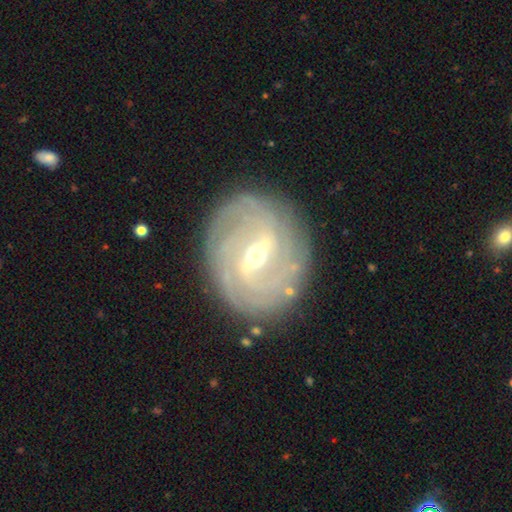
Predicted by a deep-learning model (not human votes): Smooth or featured? Predicted: featured or disk (p=0.86). Edge-on disk? Predicted: no (p=0.96). Bar? Predicted: strong (p=0.46). Spiral arms? Predicted: yes (p=0.95). Spiral winding? Predicted: tight (p=0.73). Spiral arm count? Predicted: can't tell (p=0.30). Bulge size? Predicted: moderate (p=0.57). Merging? Predicted: none (p=0.84).